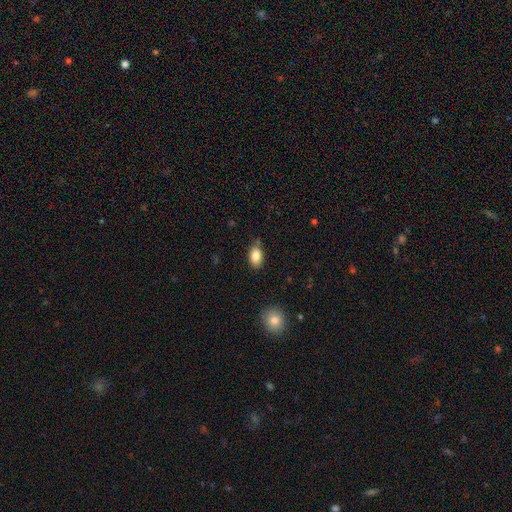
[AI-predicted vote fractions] This appears to be a smooth galaxy with no disk features (86%) that is in between round and cigar-shaped (88%). Merging: none (75%).